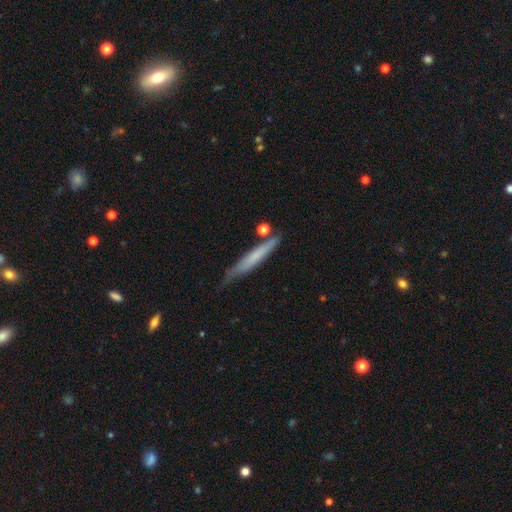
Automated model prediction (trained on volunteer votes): This appears to be a smooth galaxy with no disk features (59%) that is cigar-shaped (94%). Merging: none (68%).